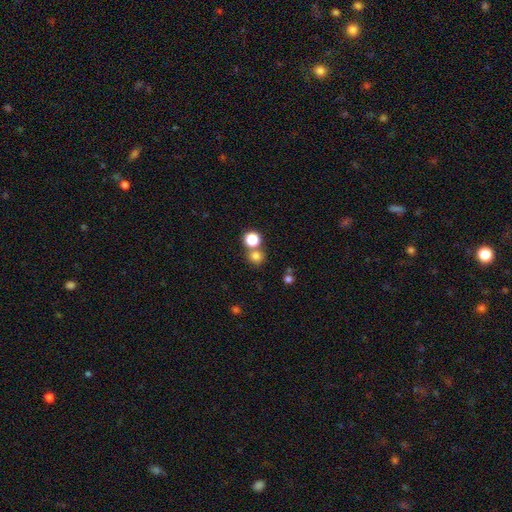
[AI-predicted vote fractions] smooth 76%, star or artifact 18%, featured or disk 6%. Down the decision tree: how rounded — round (87%); merging — none (64%).